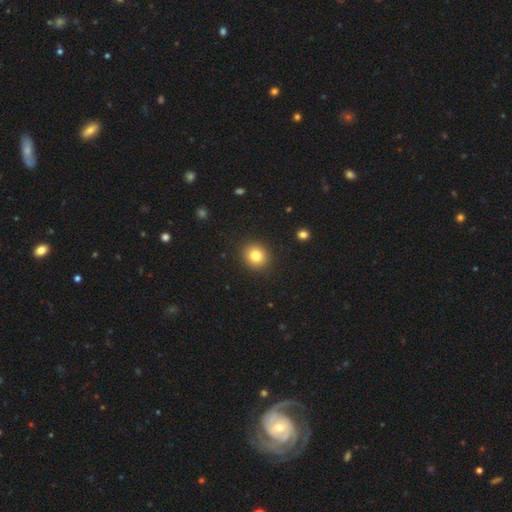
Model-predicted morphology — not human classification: Q: Smooth or featured?
A: smooth (82%); runner-up: star or artifact (11%)
Q: How rounded?
A: round (82%); runner-up: in between (17%)
Q: Merging?
A: none (91%); runner-up: minor disturbance (6%)